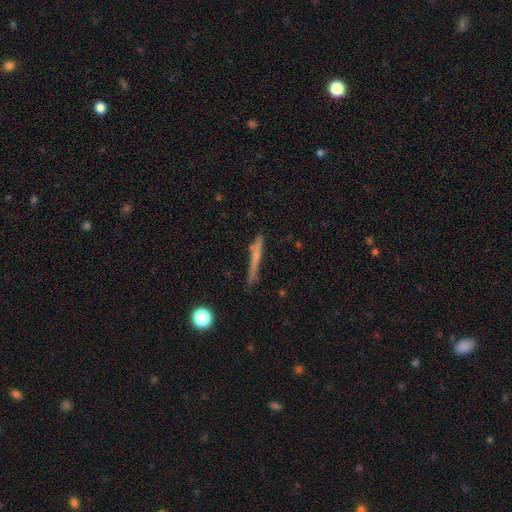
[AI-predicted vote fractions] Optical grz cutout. It shows a smooth galaxy with no disk features (51%) that is cigar-shaped (94%). Merging: none (80%).